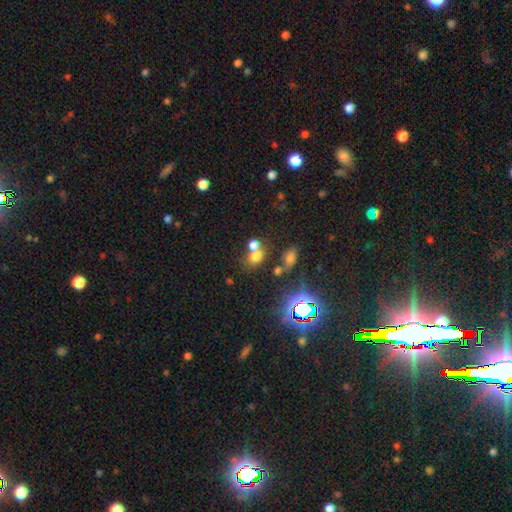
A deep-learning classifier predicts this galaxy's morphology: The model was most divided on "merging": merger: 45%, none: 41%, minor disturbance: 9%, major disturbance: 5%. More confident: smooth or featured — smooth (65%); how rounded — round (56%).